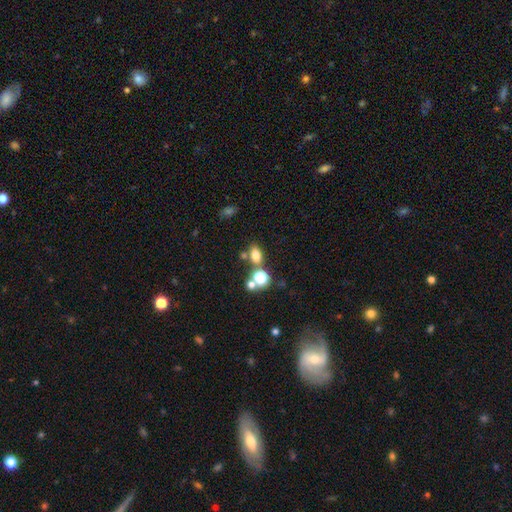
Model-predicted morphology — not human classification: Overall: smooth (72%). How rounded: in between (70%). Merging: none (59%; merger 24%).